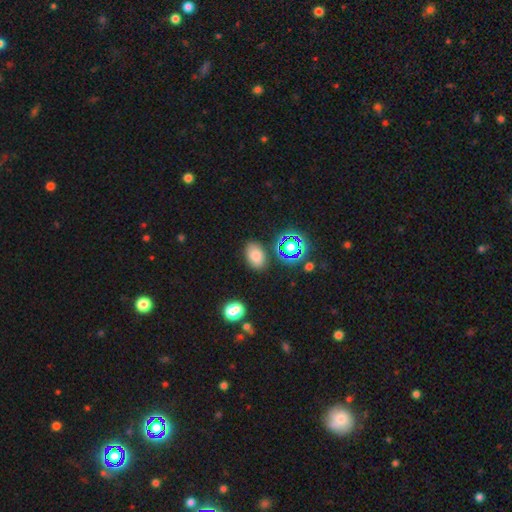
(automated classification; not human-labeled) Smooth or featured?
  - smooth: 74% *
  - star or artifact: 17%
  - featured or disk: 10%
How rounded?
  - in between: 85% *
  - round: 14%
  - cigar-shaped: 1%
Merging?
  - none: 81% *
  - minor disturbance: 12%
  - merger: 3%
  - major disturbance: 3%